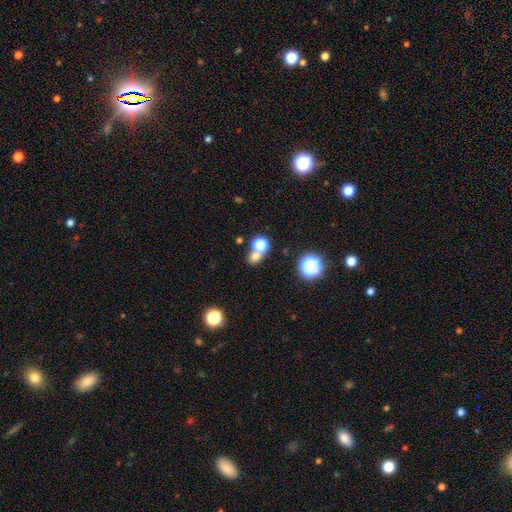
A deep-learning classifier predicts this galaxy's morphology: type=smooth (69%); roundness=round (69%); merging=none (49%).